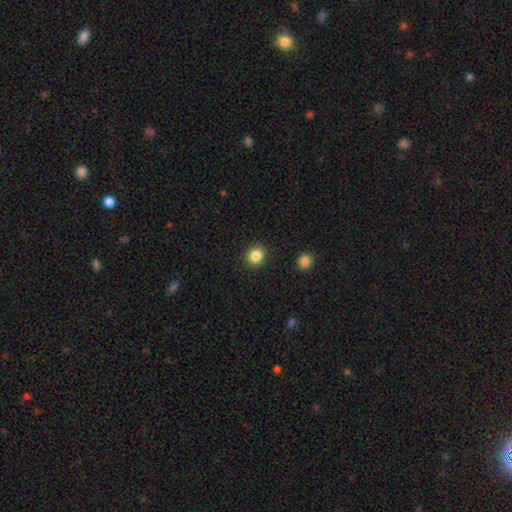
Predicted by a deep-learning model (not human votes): smooth_or_featured: smooth (p=0.86) [alt: star or artifact p=0.10]
how_rounded: round (p=0.77) [alt: in between p=0.22]
merging: none (p=0.90) [alt: minor disturbance p=0.06]